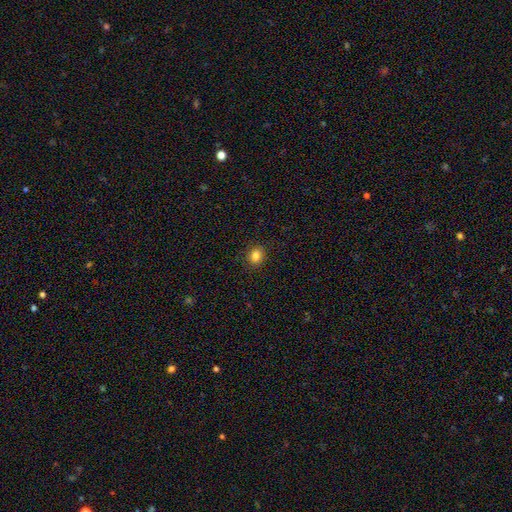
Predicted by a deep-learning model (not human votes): Smooth or featured: smooth — 83% (star or artifact — 12%)
How rounded: round — 72% (in between — 27%)
Merging: none — 90% (minor disturbance — 7%)